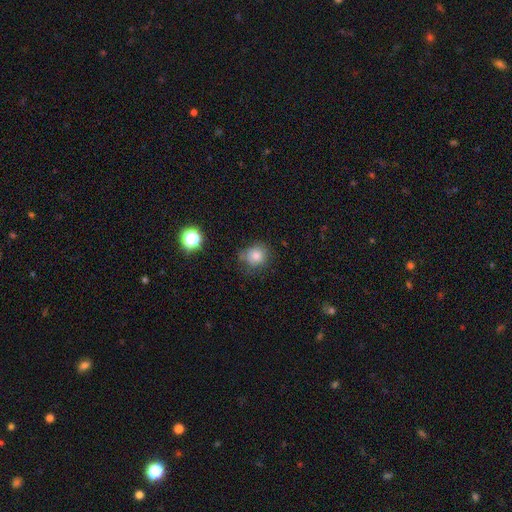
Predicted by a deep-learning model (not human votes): smooth-or-featured: smooth: 76% | star or artifact: 13% | featured or disk: 10%
  how-rounded: round: 85% | in between: 15% | cigar-shaped: 1%
  merging: none: 67% | minor disturbance: 23% | major disturbance: 7% | merger: 4%